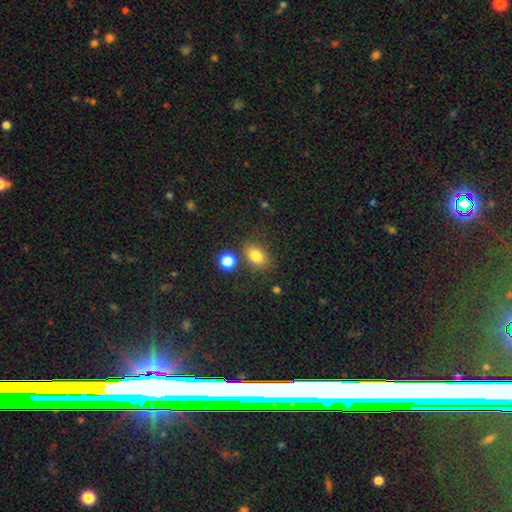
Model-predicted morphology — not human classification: This appears to be a smooth galaxy with no disk features (81%) that is in between round and cigar-shaped (71%). Merging: none (75%).